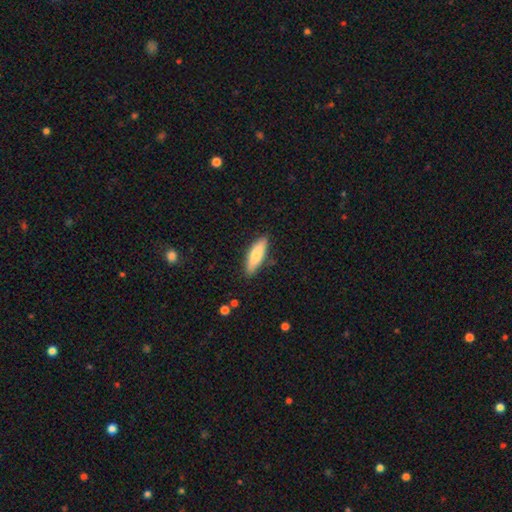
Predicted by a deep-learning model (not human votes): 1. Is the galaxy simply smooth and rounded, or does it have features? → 77% smooth, 18% featured or disk, 6% star or artifact.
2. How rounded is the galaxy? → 52% cigar-shaped, 46% in between, 2% round.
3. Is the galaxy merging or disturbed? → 85% none, 11% minor disturbance, 2% major disturbance, 2% merger.